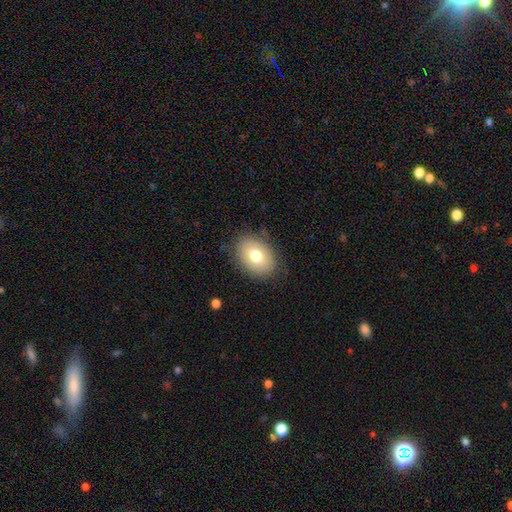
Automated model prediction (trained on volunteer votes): This appears to be a smooth galaxy with no disk features (75%) that is in between round and cigar-shaped (76%). Merging: none (84%).